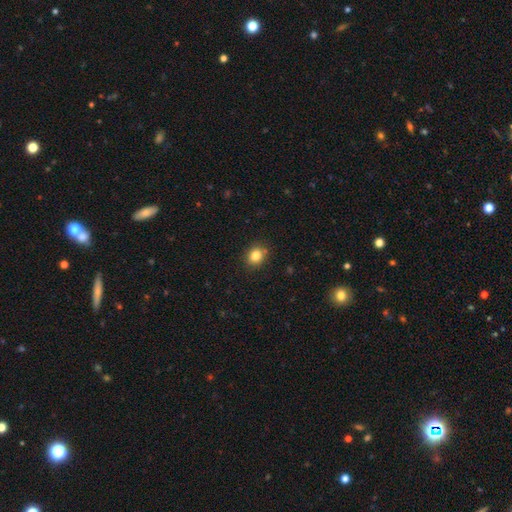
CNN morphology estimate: Smooth or featured: smooth — 83% (star or artifact — 11%)
How rounded: round — 61% (in between — 38%)
Merging: none — 84% (minor disturbance — 11%)